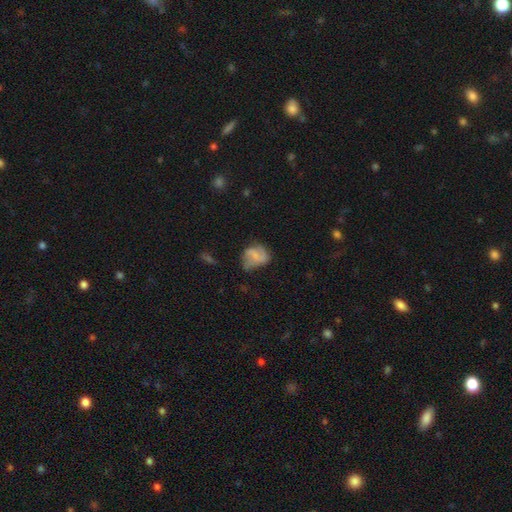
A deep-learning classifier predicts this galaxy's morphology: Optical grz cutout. It shows a featured or disk galaxy (47%). Merging: none (42%).